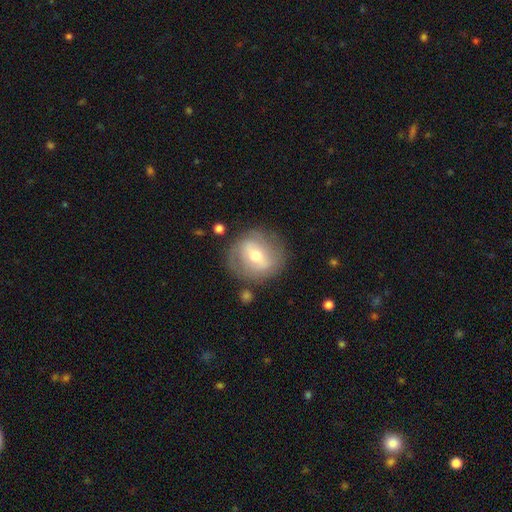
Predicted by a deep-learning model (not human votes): Smooth or featured? Predicted: featured or disk (p=0.57). Edge-on disk? Predicted: no (p=0.94). Bar? Predicted: weak (p=0.42). Spiral arms? Predicted: no (p=0.52). Bulge size? Predicted: moderate (p=0.63). Merging? Predicted: none (p=0.76).